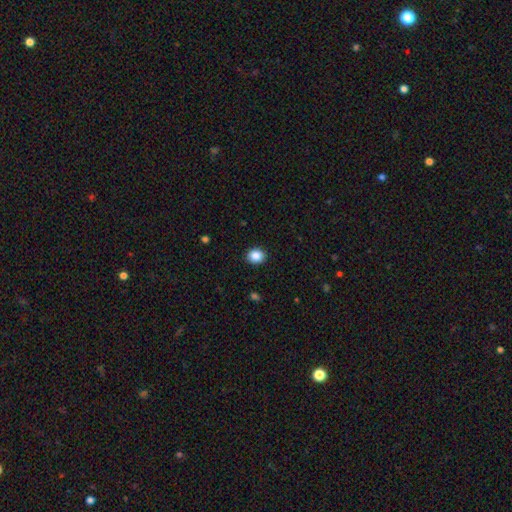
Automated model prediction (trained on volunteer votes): Smooth or featured?
  - smooth: 87% *
  - star or artifact: 9%
  - featured or disk: 3%
How rounded?
  - round: 67% *
  - in between: 32%
  - cigar-shaped: 1%
Merging?
  - none: 91% *
  - minor disturbance: 6%
  - major disturbance: 2%
  - merger: 1%